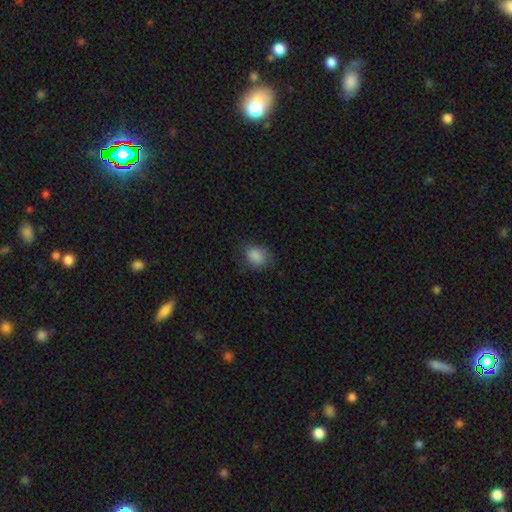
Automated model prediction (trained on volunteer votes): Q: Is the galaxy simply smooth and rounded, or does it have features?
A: smooth — 85%.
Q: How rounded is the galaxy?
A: in between — 53%.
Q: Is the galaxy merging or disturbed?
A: none — 70%.